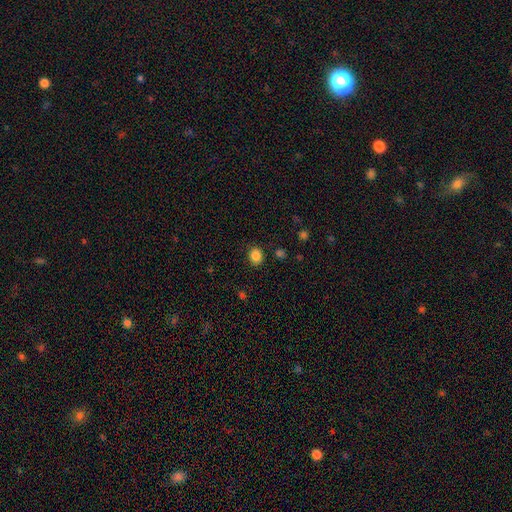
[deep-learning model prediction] A smooth galaxy with no disk features (85%) that is round (58%). Merging: none (87%).